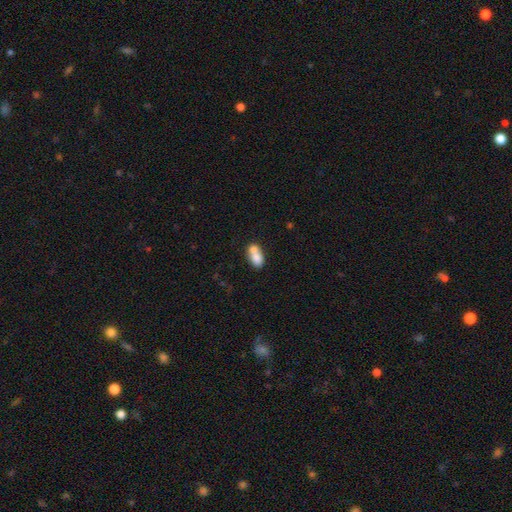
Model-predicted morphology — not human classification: smooth_or_featured: smooth (p=0.76) [alt: featured or disk p=0.16]
how_rounded: in between (p=0.82) [alt: round p=0.14]
merging: merger (p=0.56) [alt: none p=0.30]